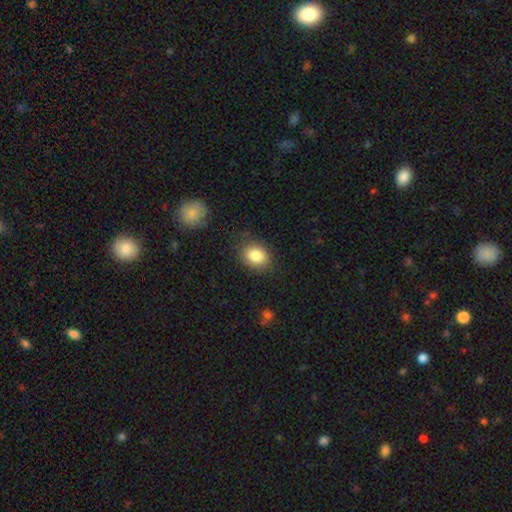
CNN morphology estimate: Overall: smooth (84%). How rounded: round (51%; in between 48%). Merging: none (82%).